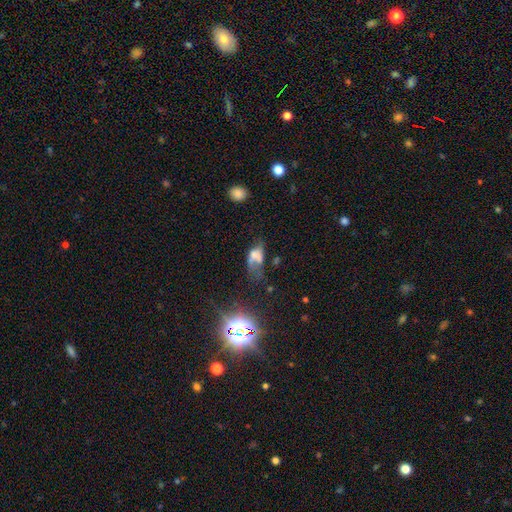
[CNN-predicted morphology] Smooth or featured? Predicted: smooth (p=0.44). Merging? Predicted: merger (p=0.34).